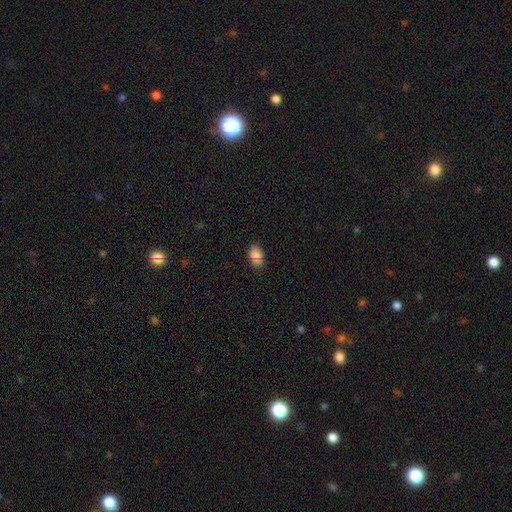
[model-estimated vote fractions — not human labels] A smooth galaxy with no disk features (83%) that is in between round and cigar-shaped (85%). Merging: none (74%).